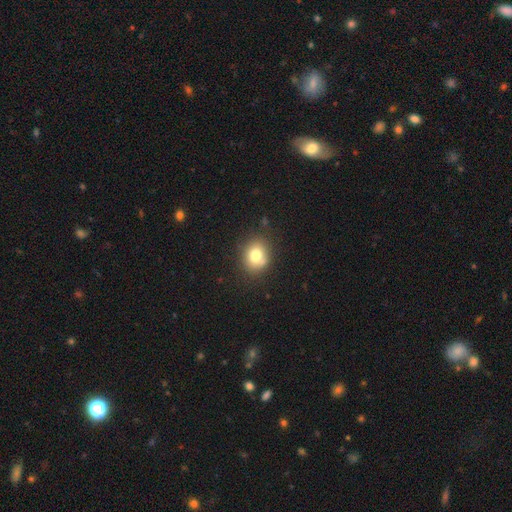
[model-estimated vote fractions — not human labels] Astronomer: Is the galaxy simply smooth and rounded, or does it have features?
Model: smooth — 75%.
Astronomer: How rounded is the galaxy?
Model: round — 67%.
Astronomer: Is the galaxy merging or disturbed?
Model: none — 77%.